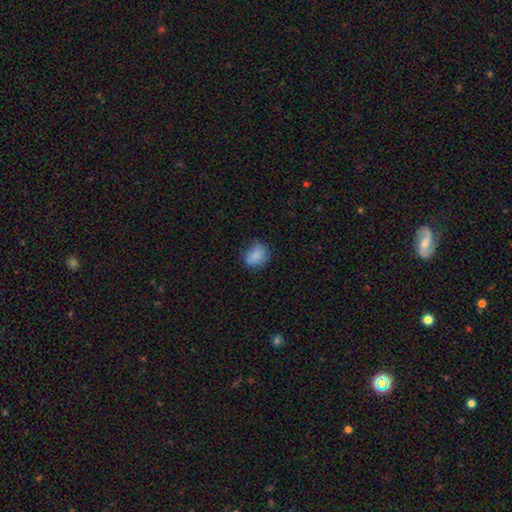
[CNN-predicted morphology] Smooth or featured? smooth (86%)
How rounded? in between (53%)
Merging? none (75%)